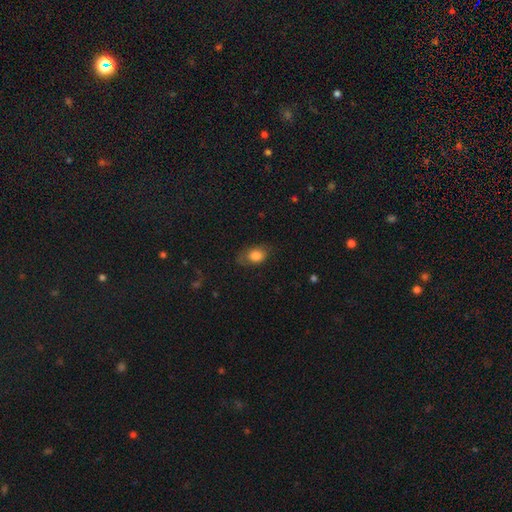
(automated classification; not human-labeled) This is likely a smooth galaxy (79%). How rounded: likely in between (78%). Merging: likely none (68%).